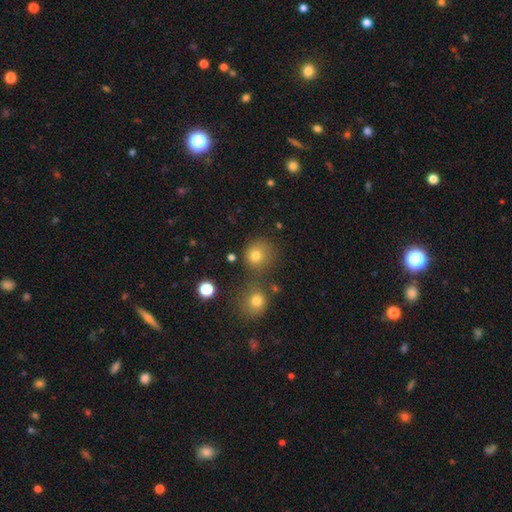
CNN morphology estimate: smooth 77%, star or artifact 15%, featured or disk 7%. Down the decision tree: how rounded — round (88%); merging — none (65%).